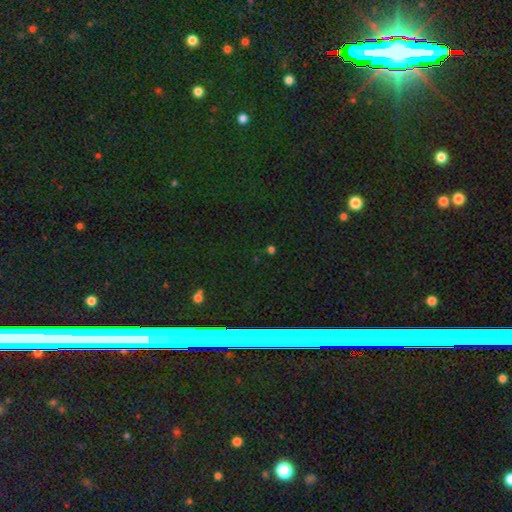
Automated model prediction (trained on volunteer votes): Morphology: type=star or artifact (79%).